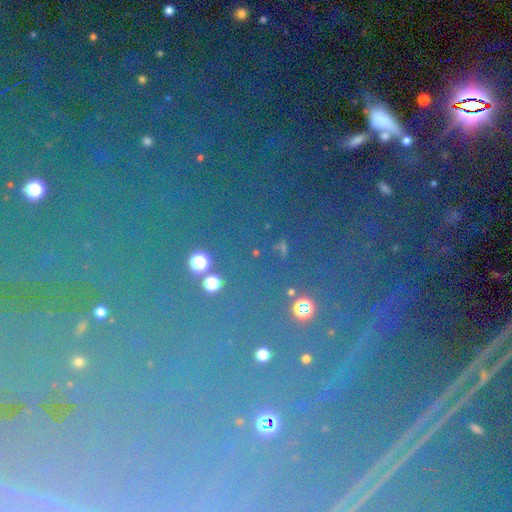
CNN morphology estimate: This is likely a star or artifact rather than a galaxy (77%).